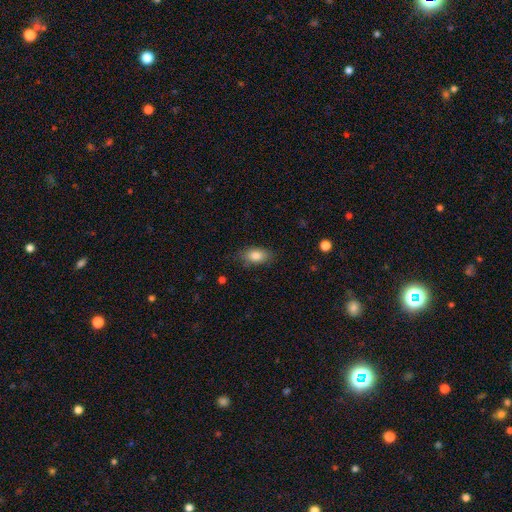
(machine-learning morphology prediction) Smooth or featured: smooth — 84% (featured or disk — 8%)
How rounded: in between — 89% (round — 8%)
Merging: none — 78% (minor disturbance — 17%)